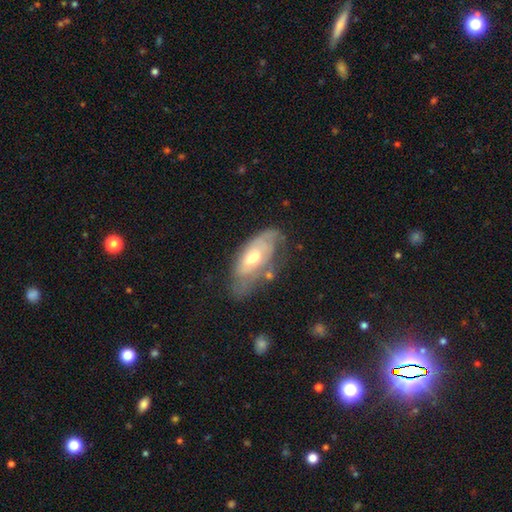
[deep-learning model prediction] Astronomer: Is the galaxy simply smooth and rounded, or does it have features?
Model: featured or disk — 66%.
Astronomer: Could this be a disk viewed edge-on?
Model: no — 87%.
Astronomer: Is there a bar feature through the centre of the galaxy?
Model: no — 72%.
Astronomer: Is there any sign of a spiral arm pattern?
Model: yes — 71%.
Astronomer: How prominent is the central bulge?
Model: moderate — 70%.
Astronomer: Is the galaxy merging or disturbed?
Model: none — 52% (runner-up: minor disturbance, 28%).